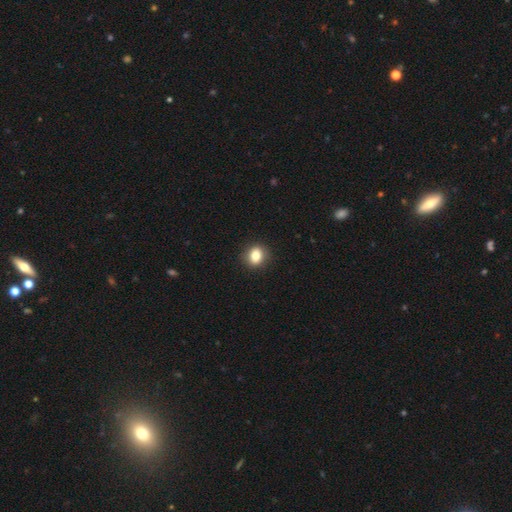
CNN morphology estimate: Smooth or featured?
  - smooth: 83% *
  - star or artifact: 10%
  - featured or disk: 7%
How rounded?
  - round: 61% *
  - in between: 38%
  - cigar-shaped: 1%
Merging?
  - none: 89% *
  - minor disturbance: 8%
  - major disturbance: 2%
  - merger: 1%